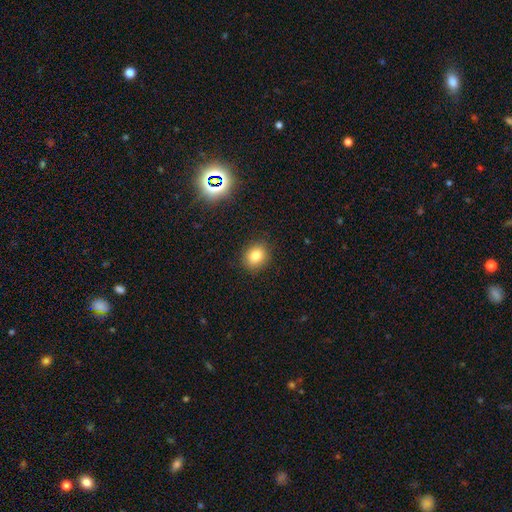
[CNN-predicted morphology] smooth-or-featured: smooth: 81% | star or artifact: 12% | featured or disk: 7%
  how-rounded: round: 63% | in between: 36% | cigar-shaped: 1%
  merging: none: 88% | minor disturbance: 9% | major disturbance: 2% | merger: 1%